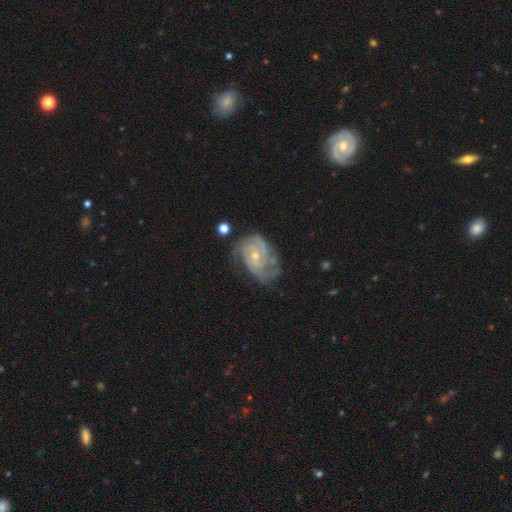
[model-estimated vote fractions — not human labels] Smooth or featured? Predicted: featured or disk (p=0.85). Edge-on disk? Predicted: no (p=0.97). Bar? Predicted: no (p=0.69). Spiral arms? Predicted: yes (p=0.95). Spiral winding? Predicted: tight (p=0.60). Spiral arm count? Predicted: 2 (p=0.29, tied with 3). Bulge size? Predicted: small (p=0.63). Merging? Predicted: none (p=0.52).